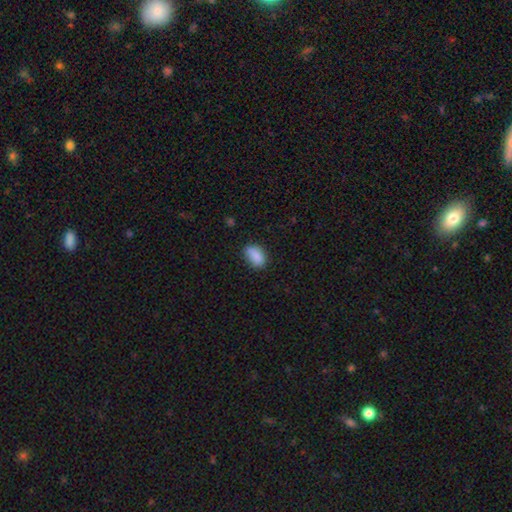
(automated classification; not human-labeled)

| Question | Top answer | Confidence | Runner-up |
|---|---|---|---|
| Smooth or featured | smooth | 86% | star or artifact (8%) |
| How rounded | in between | 87% | round (10%) |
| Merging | none | 68% | minor disturbance (25%) |